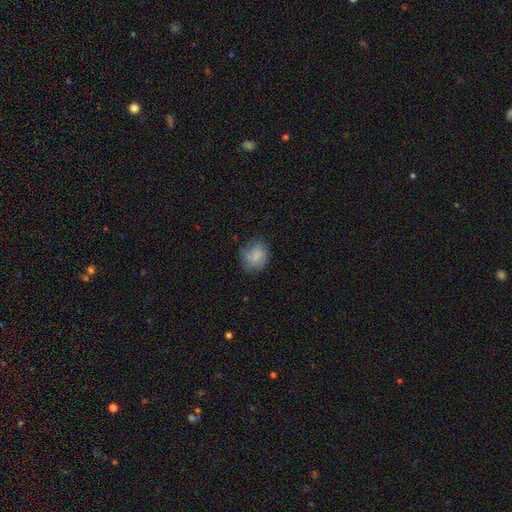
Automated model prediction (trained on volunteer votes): A smooth galaxy with no disk features (68%) that is round (66%). Merging: none (62%).